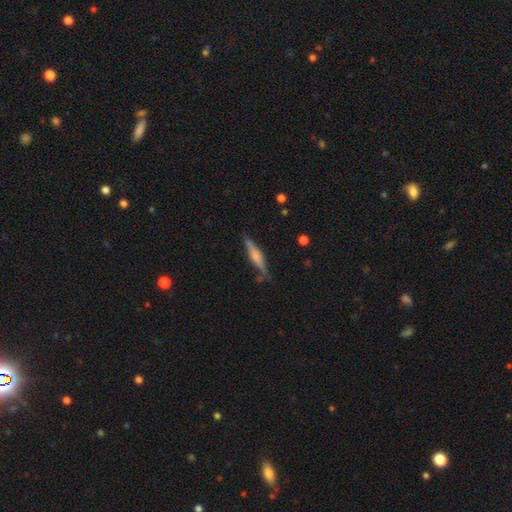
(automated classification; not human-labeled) The model was most divided on "smooth or featured": featured or disk: 52%, smooth: 42%, star or artifact: 7%. More confident: edge-on disk — yes (95%); merging — none (78%).